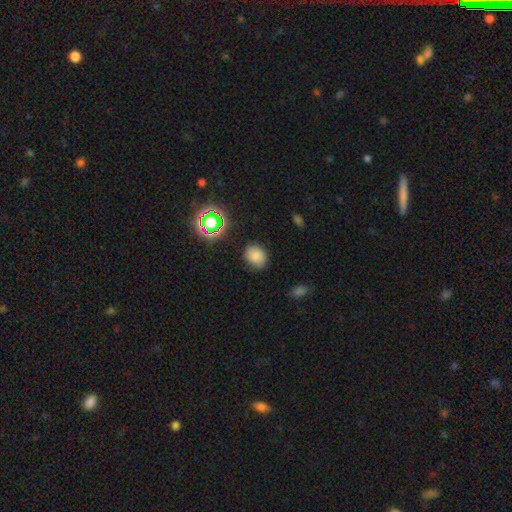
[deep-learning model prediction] smooth-or-featured: smooth: 79% | star or artifact: 15% | featured or disk: 6%
  how-rounded: in between: 50% | round: 49% | cigar-shaped: 1%
  merging: none: 81% | minor disturbance: 13% | major disturbance: 4% | merger: 2%